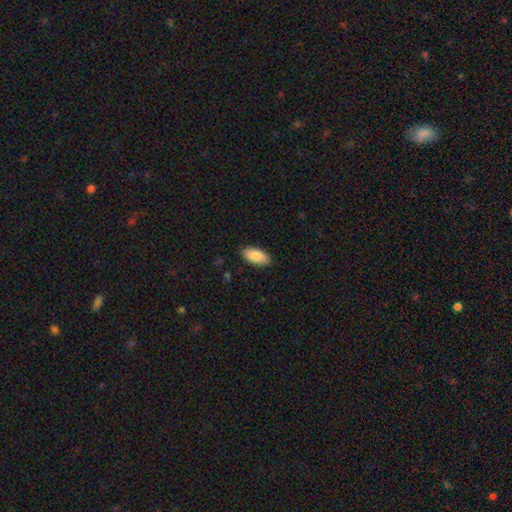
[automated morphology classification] Smooth or featured? smooth (88%)
How rounded? in between (90%)
Merging? none (87%)